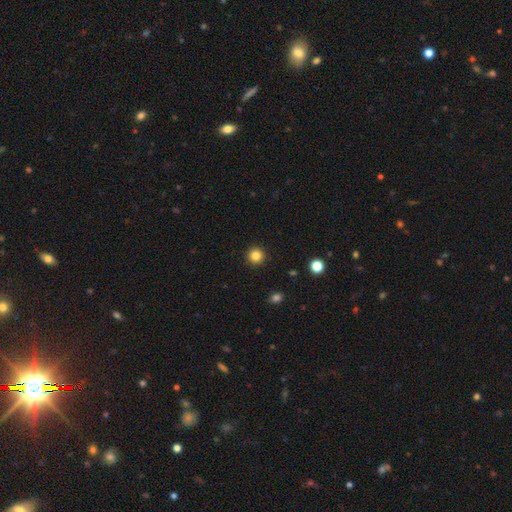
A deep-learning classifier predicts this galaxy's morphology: Smooth or featured: smooth — 83% (star or artifact — 12%)
How rounded: round — 95% (in between — 4%)
Merging: none — 93% (minor disturbance — 4%)